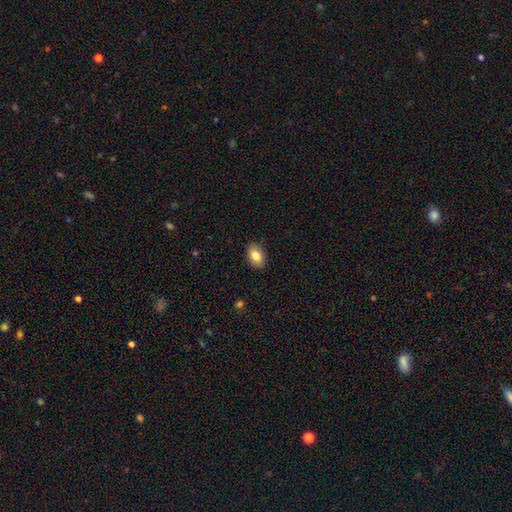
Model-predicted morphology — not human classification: smooth_or_featured: smooth (p=0.84) [alt: featured or disk p=0.09]
how_rounded: in between (p=0.84) [alt: round p=0.14]
merging: none (p=0.87) [alt: minor disturbance p=0.10]